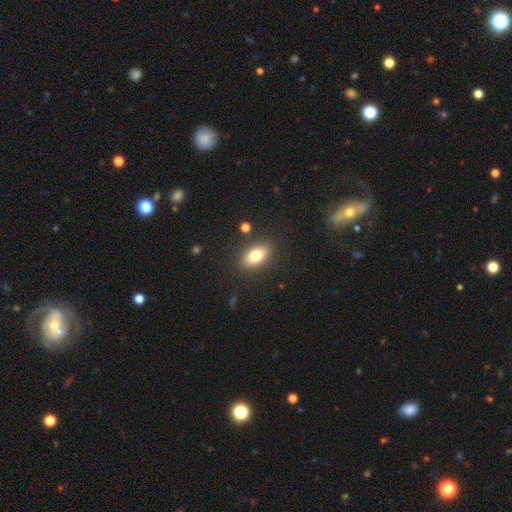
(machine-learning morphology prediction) Smooth or featured: smooth — 77% (featured or disk — 15%)
How rounded: in between — 86% (cigar-shaped — 8%)
Merging: none — 86% (minor disturbance — 9%)